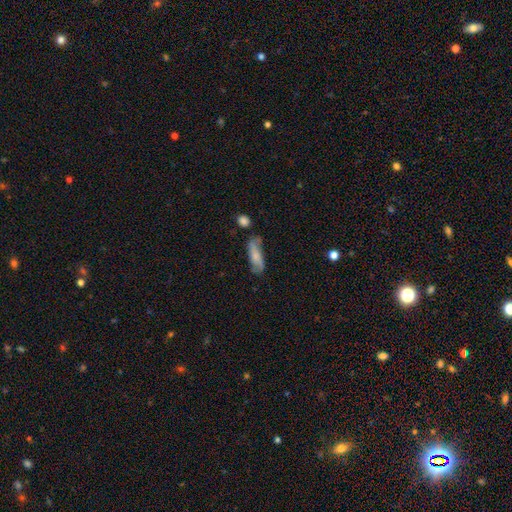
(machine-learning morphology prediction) smooth_or_featured: smooth (p=0.63) [alt: featured or disk p=0.30]
how_rounded: in between (p=0.59) [alt: cigar-shaped p=0.38]
merging: none (p=0.55) [alt: minor disturbance p=0.27]